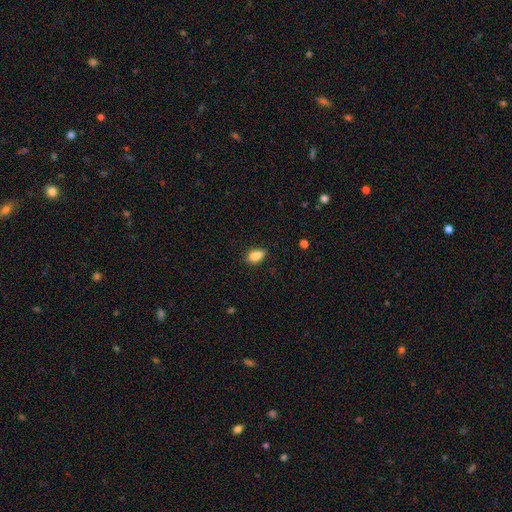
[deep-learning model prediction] A smooth galaxy with no disk features (86%) that is in between round and cigar-shaped (87%). Merging: none (65%).